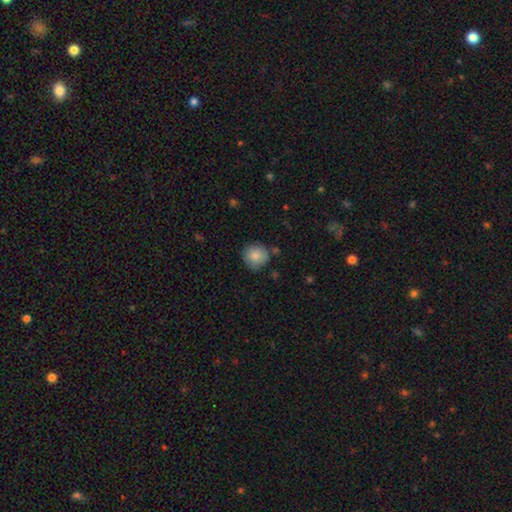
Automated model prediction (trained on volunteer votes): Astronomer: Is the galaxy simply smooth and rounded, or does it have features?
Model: smooth — 84%.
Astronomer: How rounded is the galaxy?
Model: round — 91%.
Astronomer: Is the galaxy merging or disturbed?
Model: none — 79%.